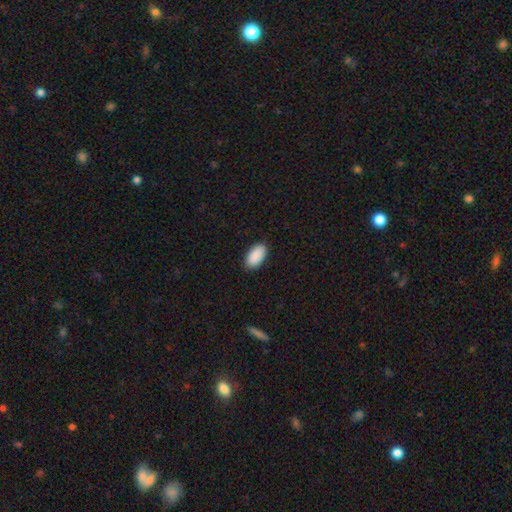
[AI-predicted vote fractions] Morphology: type=smooth (91%); roundness=in between (95%); merging=none (88%).